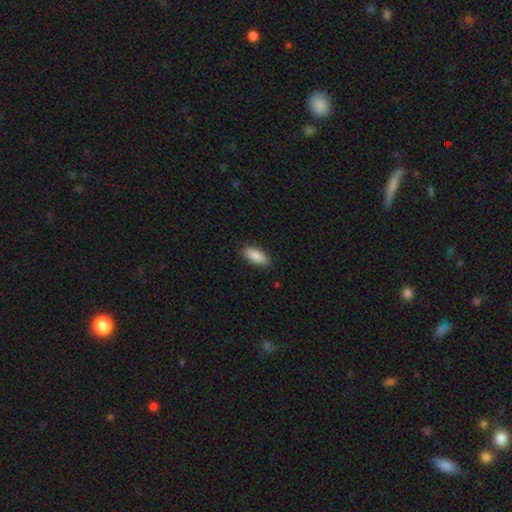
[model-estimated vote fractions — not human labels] Overall: smooth (88%). How rounded: in between (84%). Merging: none (88%).